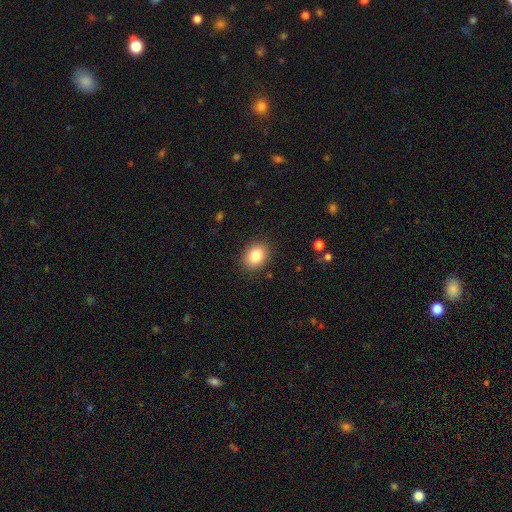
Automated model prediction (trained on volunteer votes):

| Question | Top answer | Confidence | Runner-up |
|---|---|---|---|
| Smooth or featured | smooth | 84% | star or artifact (9%) |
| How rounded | in between | 60% | round (39%) |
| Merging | none | 88% | minor disturbance (9%) |